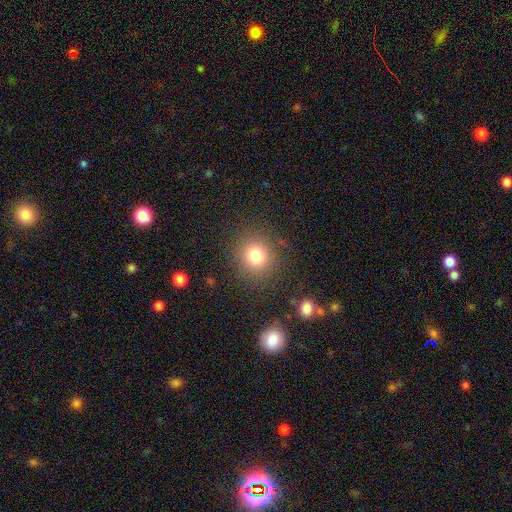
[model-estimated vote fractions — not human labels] This is likely a smooth galaxy (78%). How rounded: clearly round (90%). Merging: clearly none (87%).